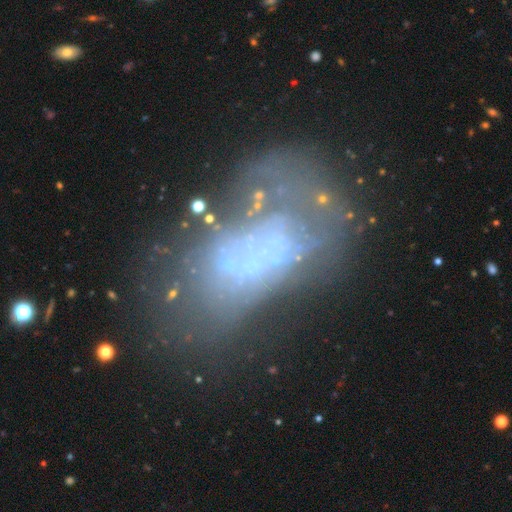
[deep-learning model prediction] smooth-or-featured: featured or disk: 59% | smooth: 24% | star or artifact: 17%
  disk-edge-on: no: 96% | yes: 4%
    bar: no: 91% | weak: 6% | strong: 3%
    has-spiral-arms: no: 89% | yes: 11%
    bulge-size: none: 77% | small: 11% | moderate: 6% | large: 4% | dominant: 2%
  merging: major disturbance: 36% | none: 31% | minor disturbance: 18% | merger: 15%